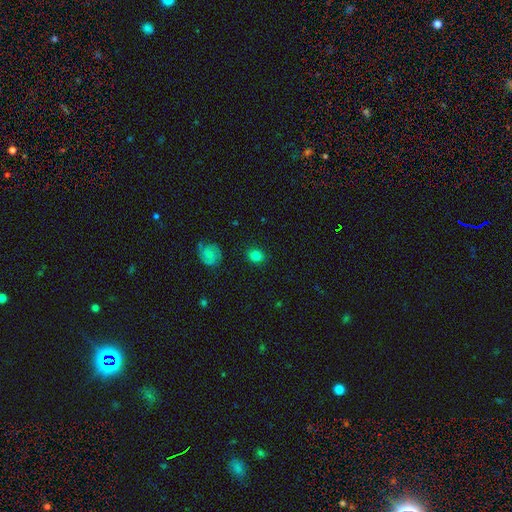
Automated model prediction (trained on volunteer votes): smooth-or-featured: smooth: 81% | star or artifact: 11% | featured or disk: 8%
  how-rounded: round: 63% | in between: 36% | cigar-shaped: 1%
  merging: none: 86% | minor disturbance: 10% | major disturbance: 3% | merger: 1%